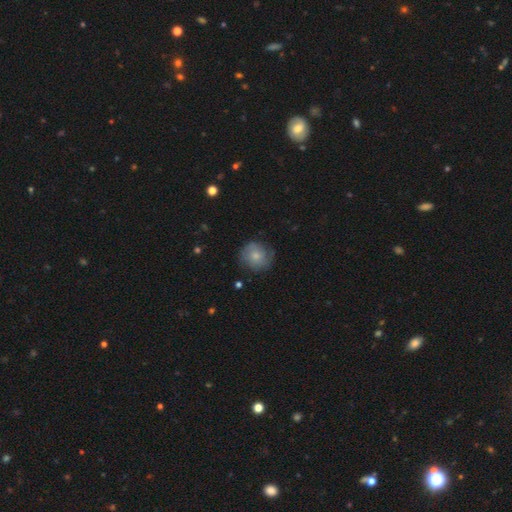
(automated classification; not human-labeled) A smooth galaxy with no disk features (68%) that is round (87%).

Vote fractions:
- Smooth or featured? smooth: 68% / featured or disk: 25% / star or artifact: 8%
- How rounded? round: 87% / in between: 12% / cigar-shaped: 1%
- Merging? none: 72% / minor disturbance: 21% / major disturbance: 6% / merger: 1%